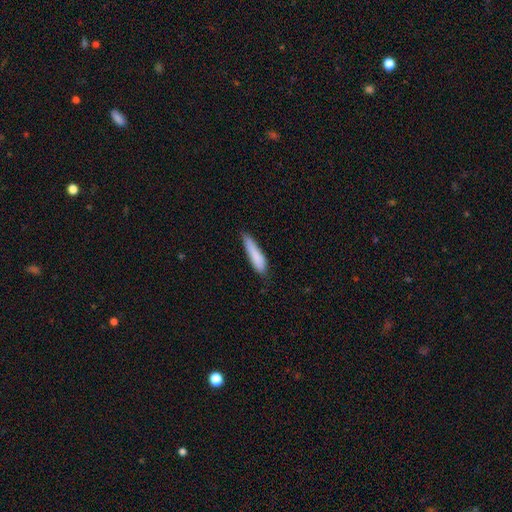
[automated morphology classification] This appears to be a smooth galaxy with no disk features (84%) that is cigar-shaped (79%). Merging: none (68%).